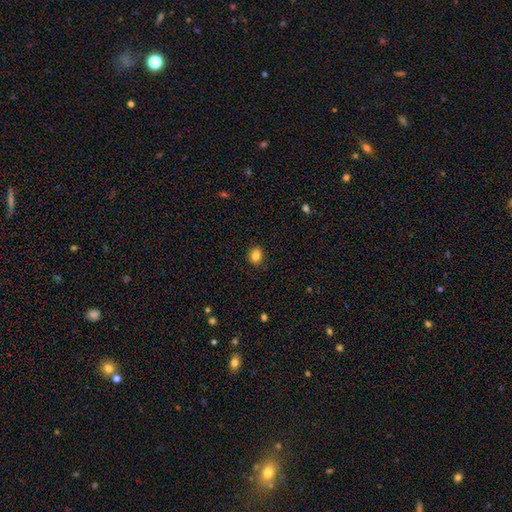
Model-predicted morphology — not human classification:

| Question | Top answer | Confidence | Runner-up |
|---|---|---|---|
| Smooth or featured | smooth | 84% | star or artifact (10%) |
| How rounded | in between | 50% | round (49%) |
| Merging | none | 88% | minor disturbance (9%) |